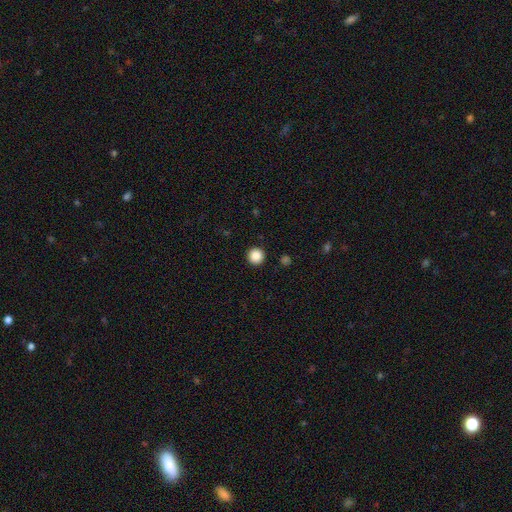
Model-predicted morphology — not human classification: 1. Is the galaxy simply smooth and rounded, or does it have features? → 87% smooth, 10% star or artifact, 3% featured or disk.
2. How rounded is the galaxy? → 96% round, 3% in between, 1% cigar-shaped.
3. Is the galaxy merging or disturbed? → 94% none, 4% minor disturbance, 1% major disturbance, 1% merger.